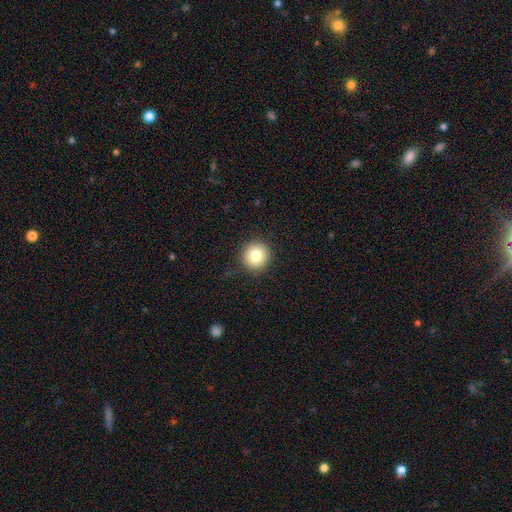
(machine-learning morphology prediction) Overall: smooth (80%). How rounded: round (95%). Merging: none (91%).